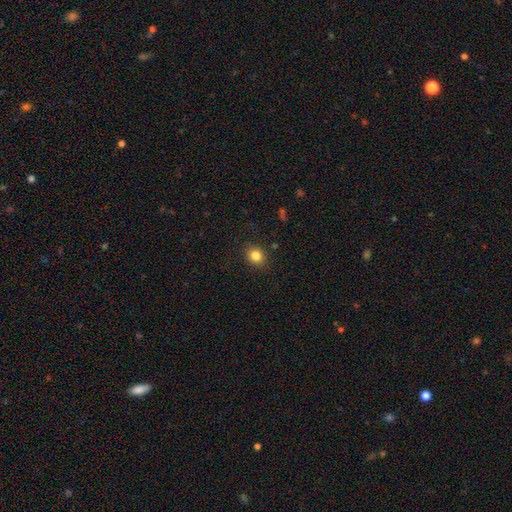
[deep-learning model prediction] The model was most divided on "how rounded": round: 62%, in between: 37%, cigar-shaped: 1%. More confident: merging — none (87%); smooth or featured — smooth (83%).